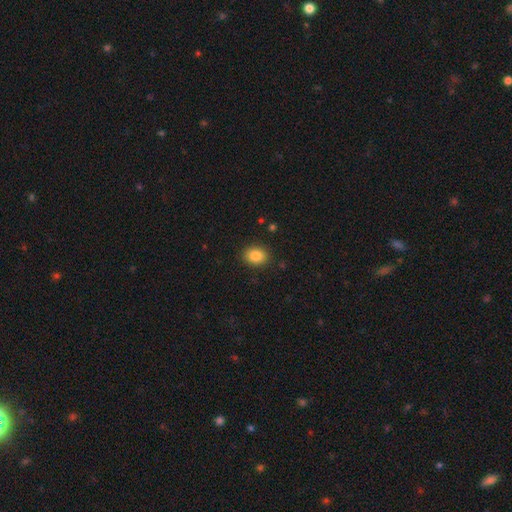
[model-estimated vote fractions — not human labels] smooth_or_featured: smooth (p=0.85) [alt: star or artifact p=0.09]
how_rounded: in between (p=0.60) [alt: round p=0.39]
merging: none (p=0.88) [alt: minor disturbance p=0.08]